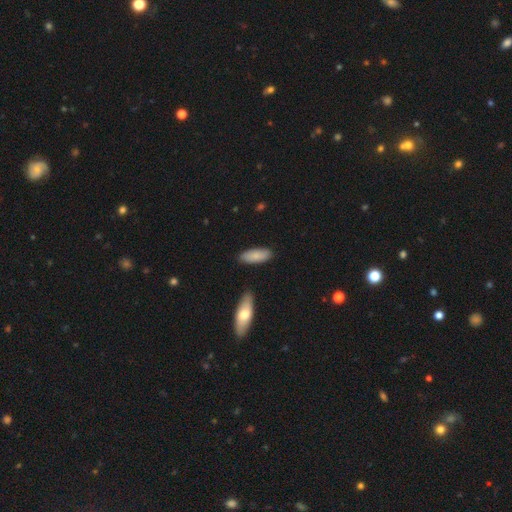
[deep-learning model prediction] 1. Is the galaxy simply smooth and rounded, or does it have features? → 84% smooth, 10% featured or disk, 6% star or artifact.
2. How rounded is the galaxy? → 75% in between, 24% cigar-shaped, 2% round.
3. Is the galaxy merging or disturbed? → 85% none, 10% minor disturbance, 3% merger, 2% major disturbance.